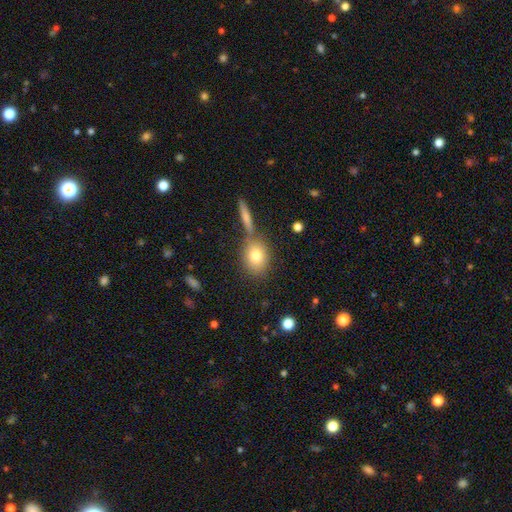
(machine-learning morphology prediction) type=smooth (77%); roundness=in between (54%); merging=none (66%).